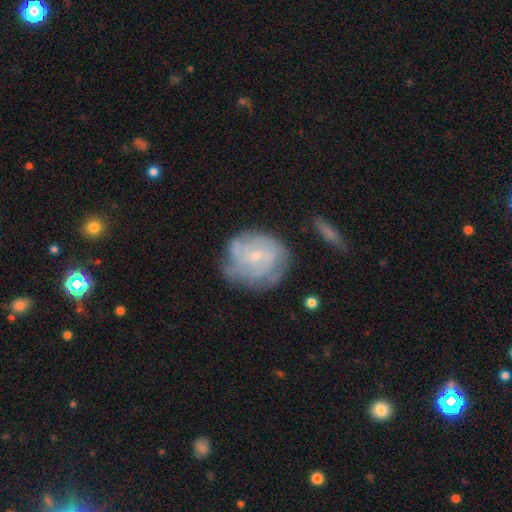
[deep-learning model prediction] A featured or disk galaxy (71%) with no bar (64%), tight (61%) spiral arms (84%) and a small central bulge (76%).

Vote fractions:
- Smooth or featured? featured or disk: 71% / smooth: 22% / star or artifact: 7%
- Edge-on disk? no: 97% / yes: 3%
- Bar? no: 64% / weak: 31% / strong: 5%
- Spiral arms? yes: 84% / no: 16%
- Spiral winding? tight: 61% / medium: 29% / loose: 10%
- Spiral arm count? can't tell: 46% / 3: 18% / 4: 14% / 2: 13% / more than 4: 5% / 1: 5%
- Bulge size? small: 76% / moderate: 19% / none: 3% / large: 1% / dominant: 1%
- Merging? none: 62% / minor disturbance: 24% / major disturbance: 10% / merger: 3%